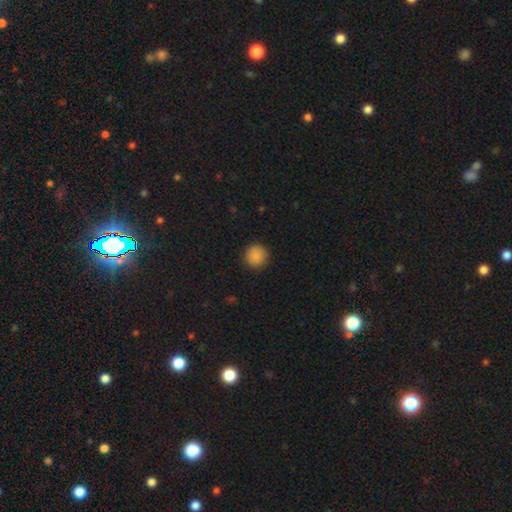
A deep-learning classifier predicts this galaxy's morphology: smooth 86%, star or artifact 9%, featured or disk 4%. Down the decision tree: how rounded — round (94%); merging — none (89%).